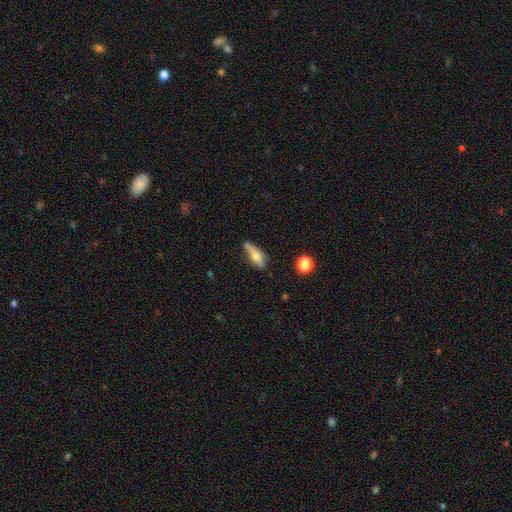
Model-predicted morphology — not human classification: Smooth or featured: smooth — 53% (featured or disk — 39%)
How rounded: cigar-shaped — 49% (in between — 47%)
Merging: none — 50% (minor disturbance — 32%)